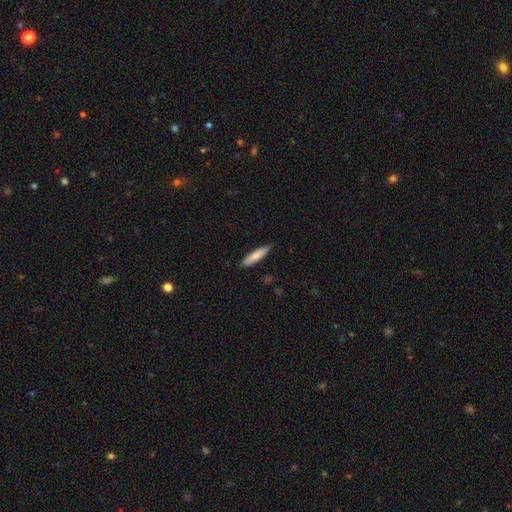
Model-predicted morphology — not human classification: Smooth or featured?
  - smooth: 83% *
  - featured or disk: 12%
  - star or artifact: 5%
How rounded?
  - cigar-shaped: 80% *
  - in between: 18%
  - round: 1%
Merging?
  - none: 87% *
  - minor disturbance: 10%
  - major disturbance: 2%
  - merger: 1%